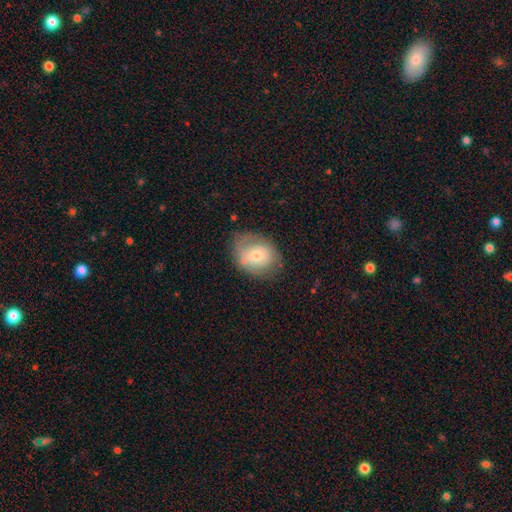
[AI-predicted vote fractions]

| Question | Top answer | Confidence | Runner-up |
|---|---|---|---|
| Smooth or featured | smooth | 54% | featured or disk (38%) |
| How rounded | in between | 55% | round (44%) |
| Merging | none | 63% | minor disturbance (25%) |